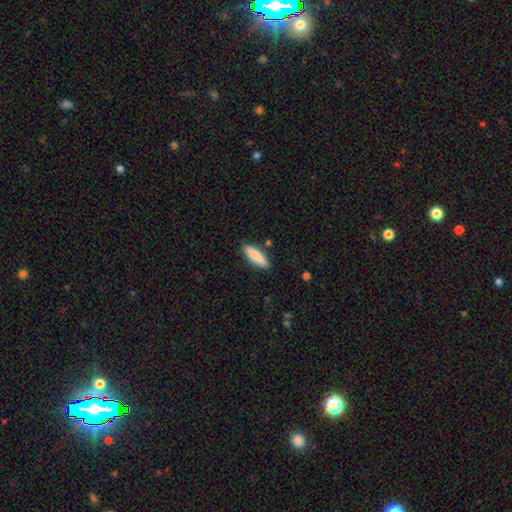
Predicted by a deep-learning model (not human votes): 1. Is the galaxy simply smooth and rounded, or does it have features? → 85% smooth, 9% featured or disk, 6% star or artifact.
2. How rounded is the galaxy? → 64% cigar-shaped, 35% in between, 2% round.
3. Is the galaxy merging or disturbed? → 88% none, 9% minor disturbance, 2% merger, 2% major disturbance.